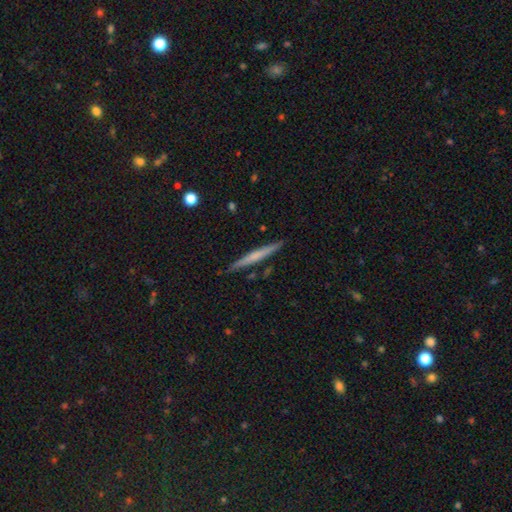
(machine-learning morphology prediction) smooth_or_featured: featured or disk (p=0.49) [alt: smooth p=0.46]
merging: none (p=0.89) [alt: minor disturbance p=0.08]